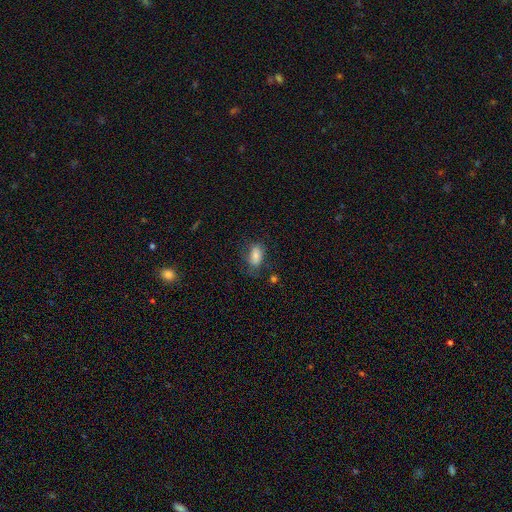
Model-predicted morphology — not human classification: A smooth galaxy with no disk features (80%) that is in between round and cigar-shaped (90%).

Vote fractions:
- Smooth or featured? smooth: 80% / featured or disk: 11% / star or artifact: 9%
- How rounded? in between: 90% / round: 7% / cigar-shaped: 3%
- Merging? none: 59% / minor disturbance: 26% / major disturbance: 12% / merger: 3%